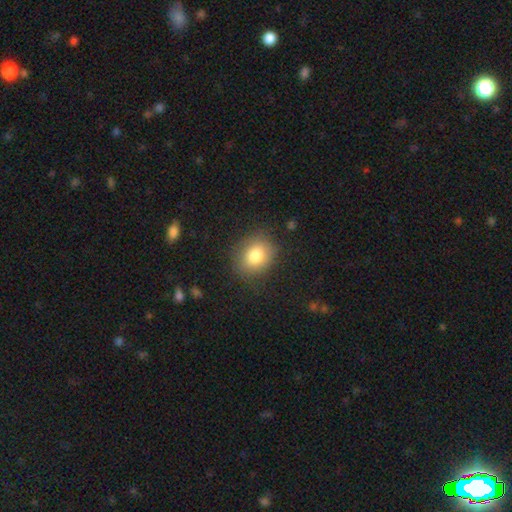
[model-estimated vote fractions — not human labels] Smooth or featured? Predicted: smooth (p=0.81). How rounded? Predicted: round (p=0.55). Merging? Predicted: none (p=0.82).